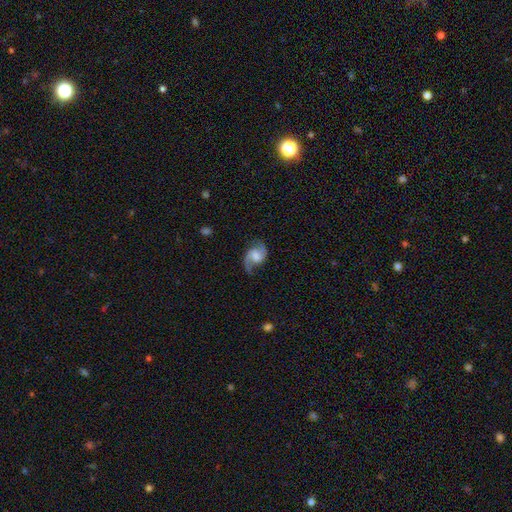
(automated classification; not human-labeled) This is clearly a featured or disk galaxy (81%). It is clearly not viewed edge-on (98%). Bar: possibly no (47%). Spiral arm pattern: clearly yes (96%). Spiral arm count: clearly 2 (90%). Spiral winding: possibly loose (46%). Central bulge: marginally large (27%, tied with moderate and none). Merging: likely none (72%).